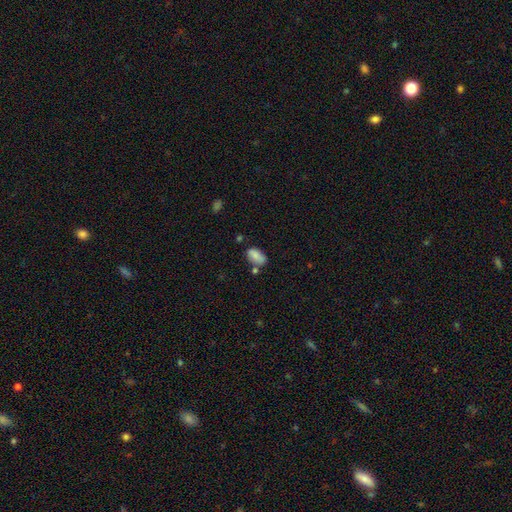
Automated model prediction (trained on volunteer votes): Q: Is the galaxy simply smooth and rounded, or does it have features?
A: smooth — 80%.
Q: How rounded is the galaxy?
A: in between — 92%.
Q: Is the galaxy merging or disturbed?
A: none — 60%.